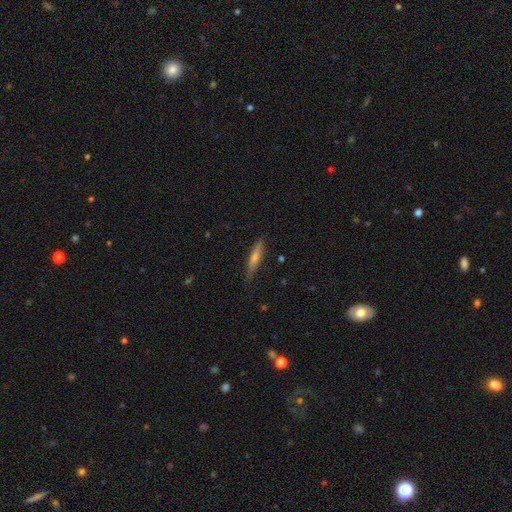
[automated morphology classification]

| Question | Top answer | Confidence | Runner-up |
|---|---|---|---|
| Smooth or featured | featured or disk | 51% | smooth (43%) |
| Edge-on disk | yes | 94% | no (6%) |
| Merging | none | 84% | minor disturbance (13%) |